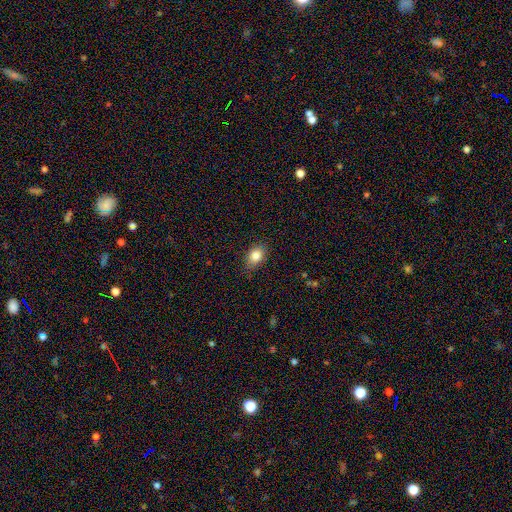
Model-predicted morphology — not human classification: smooth 83%, star or artifact 9%, featured or disk 8%. Down the decision tree: how rounded — in between (76%); merging — none (79%).